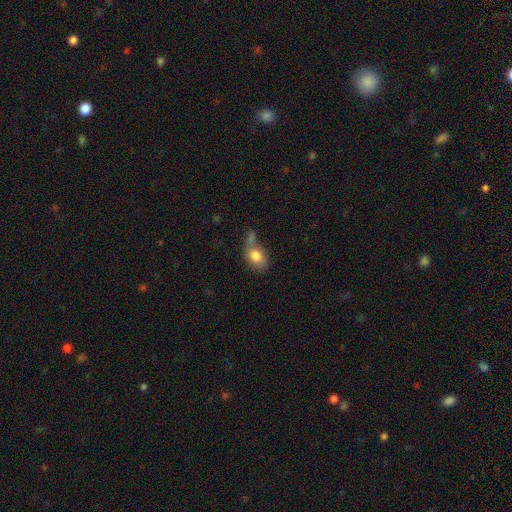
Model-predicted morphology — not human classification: Smooth or featured?
  - smooth: 80% *
  - featured or disk: 13%
  - star or artifact: 8%
How rounded?
  - in between: 75% *
  - round: 24%
  - cigar-shaped: 2%
Merging?
  - none: 37% *
  - merger: 32%
  - minor disturbance: 20%
  - major disturbance: 12%